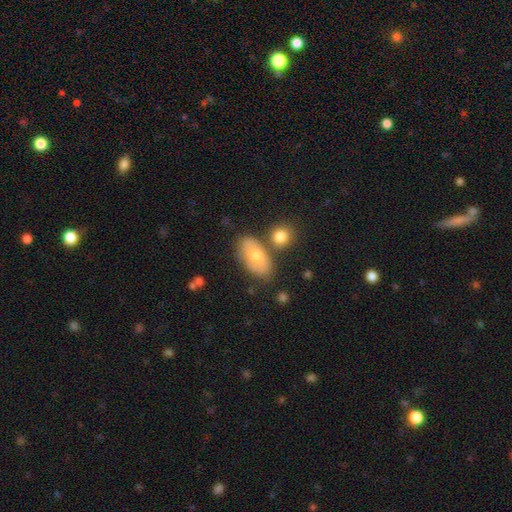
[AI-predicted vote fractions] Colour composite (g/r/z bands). It shows a smooth galaxy with no disk features (64%) that is in between round and cigar-shaped (91%). Merging: none (68%).